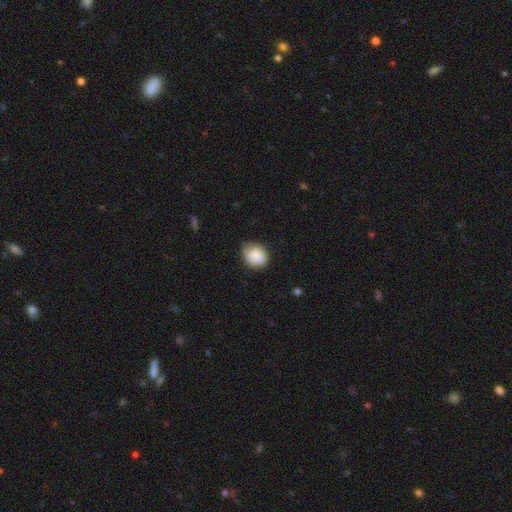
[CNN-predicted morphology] The model was most divided on "how rounded": round: 57%, in between: 42%, cigar-shaped: 1%. More confident: smooth or featured — smooth (83%); merging — none (72%).